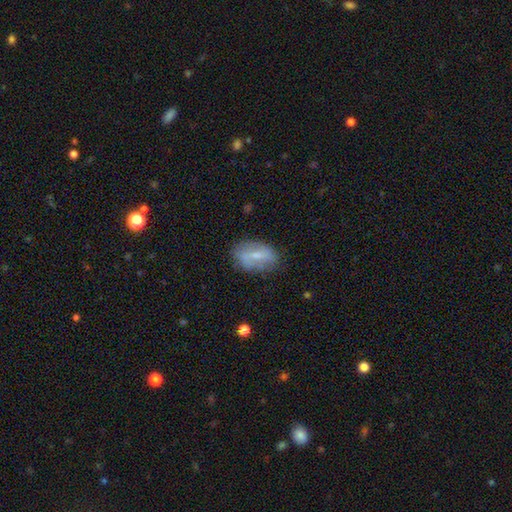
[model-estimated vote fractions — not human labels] Smooth or featured? Predicted: smooth (p=0.47). Merging? Predicted: none (p=0.69).